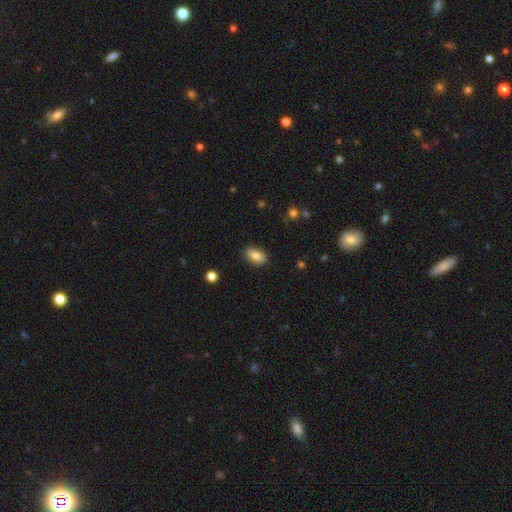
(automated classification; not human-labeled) Overall: smooth (80%). How rounded: in between (87%). Merging: none (85%).